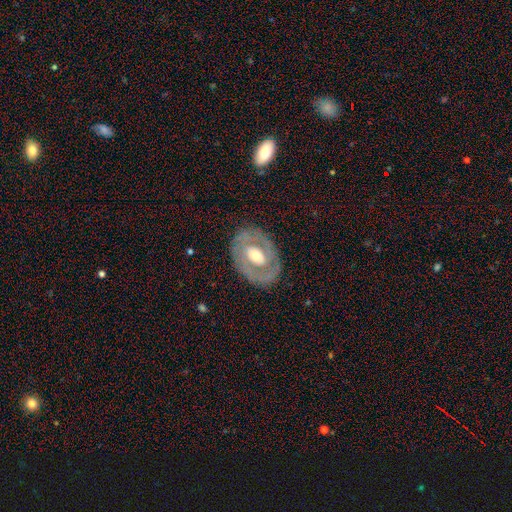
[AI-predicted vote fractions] smooth-or-featured: featured or disk: 69% | smooth: 26% | star or artifact: 5%
  disk-edge-on: no: 94% | yes: 6%
    bar: no: 56% | weak: 29% | strong: 15%
    has-spiral-arms: no: 64% | yes: 36%
    bulge-size: moderate: 66% | small: 20% | large: 12% | dominant: 1% | none: 1%
  merging: none: 80% | minor disturbance: 13% | major disturbance: 6% | merger: 1%